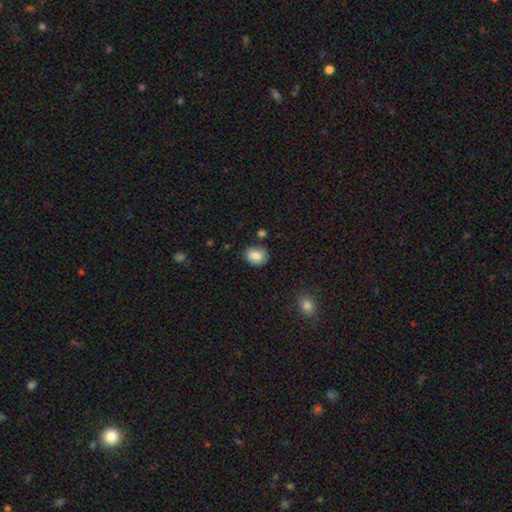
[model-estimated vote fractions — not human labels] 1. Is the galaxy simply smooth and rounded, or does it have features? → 83% smooth, 9% featured or disk, 9% star or artifact.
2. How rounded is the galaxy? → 54% in between, 44% round, 1% cigar-shaped.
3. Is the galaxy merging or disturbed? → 78% none, 15% minor disturbance, 4% merger, 3% major disturbance.